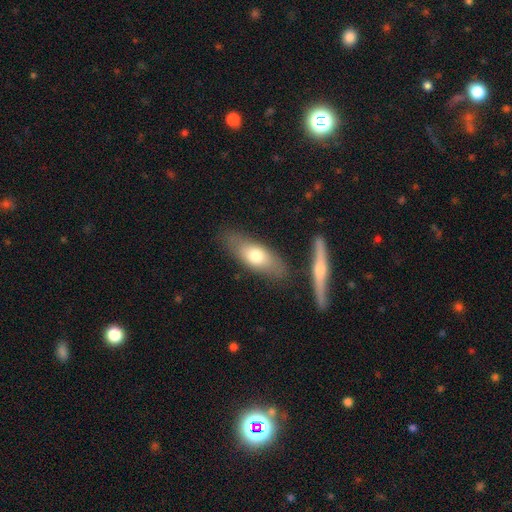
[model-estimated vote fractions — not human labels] smooth 67%, featured or disk 27%, star or artifact 6%. Down the decision tree: how rounded — in between (70%); merging — none (75%).